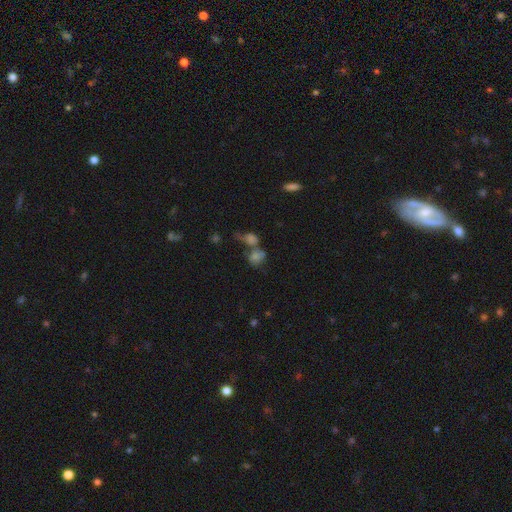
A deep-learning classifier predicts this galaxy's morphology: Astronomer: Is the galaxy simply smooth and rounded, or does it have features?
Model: smooth — 55%.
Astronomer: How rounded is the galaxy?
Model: round — 52% (runner-up: in between, 45%).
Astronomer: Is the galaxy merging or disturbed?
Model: merger — 46% (runner-up: none, 34%).